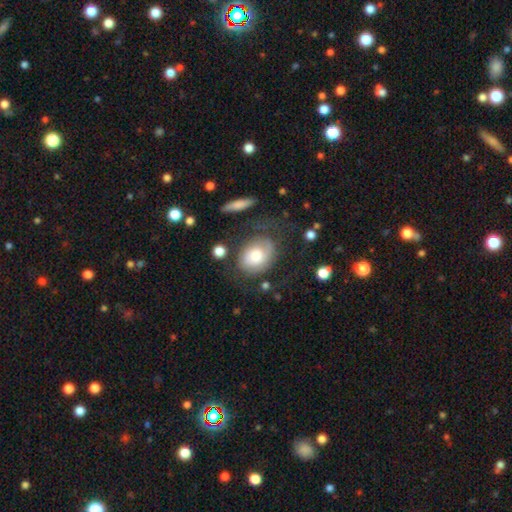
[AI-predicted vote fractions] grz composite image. It shows a smooth galaxy with no disk features (62%) that is in between round and cigar-shaped (58%). Merging: none (55%).